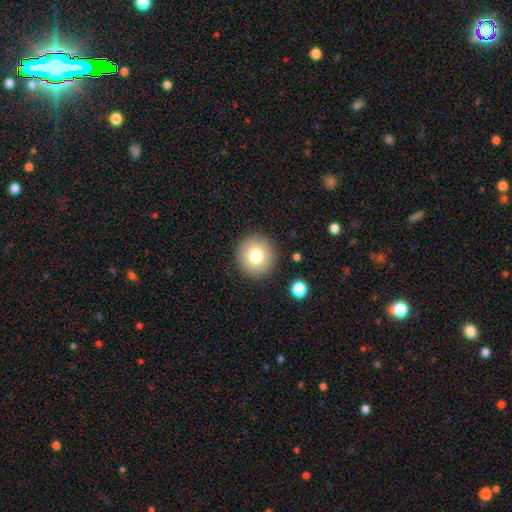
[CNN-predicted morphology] This appears to be a smooth galaxy with no disk features (78%) that is round (93%). Merging: none (90%).